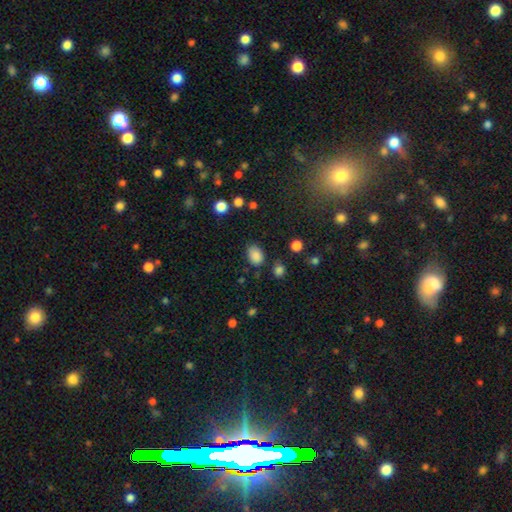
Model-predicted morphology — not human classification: A smooth galaxy with no disk features (85%) that is in between round and cigar-shaped (77%). Merging: none (73%).